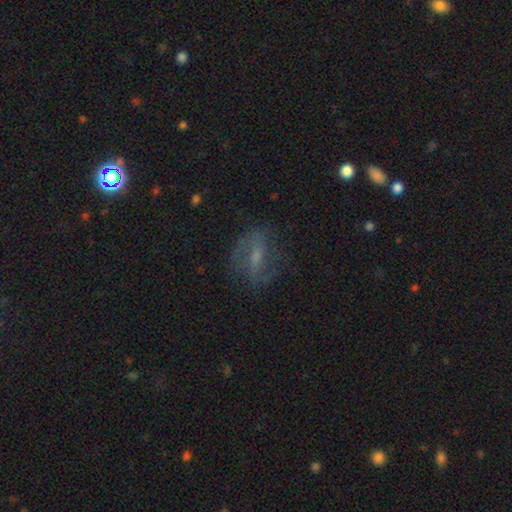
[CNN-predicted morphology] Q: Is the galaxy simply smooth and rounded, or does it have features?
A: featured or disk — 61%.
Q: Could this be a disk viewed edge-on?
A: no — 93%.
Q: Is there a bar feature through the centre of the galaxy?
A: weak — 47%.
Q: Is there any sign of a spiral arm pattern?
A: yes — 80%.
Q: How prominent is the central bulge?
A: small — 43%.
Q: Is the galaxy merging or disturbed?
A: none — 70%.